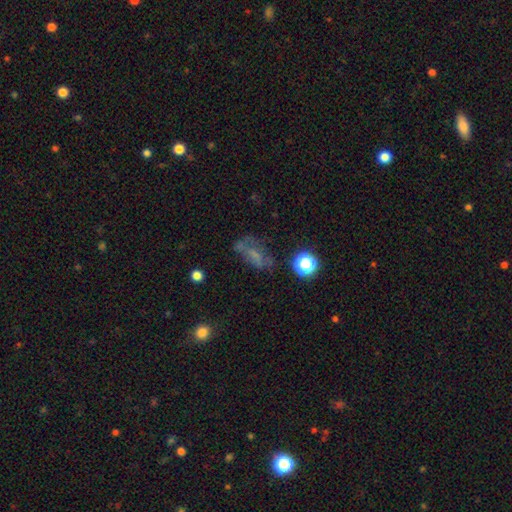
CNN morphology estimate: A smooth galaxy with no disk features (46%). Merging: none (43%).